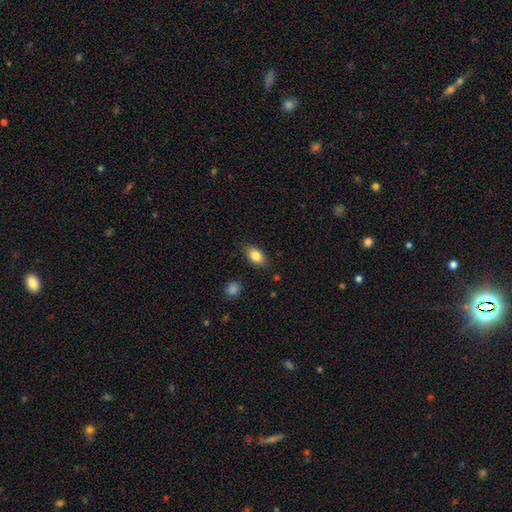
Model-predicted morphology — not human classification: This appears to be a smooth galaxy with no disk features (85%) that is in between round and cigar-shaped (88%). Merging: none (82%).